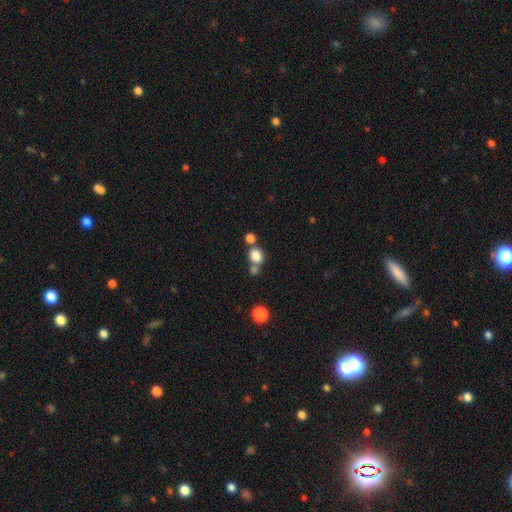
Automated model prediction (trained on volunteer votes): A smooth galaxy with no disk features (81%) that is round (64%). Merging: none (53%).